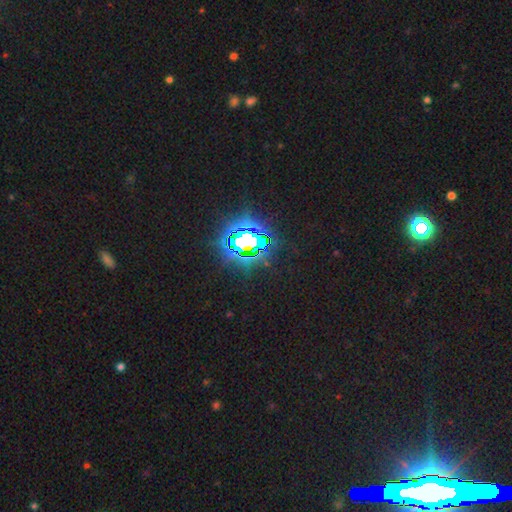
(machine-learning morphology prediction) Q: Smooth or featured?
A: star or artifact (81%); runner-up: smooth (10%)